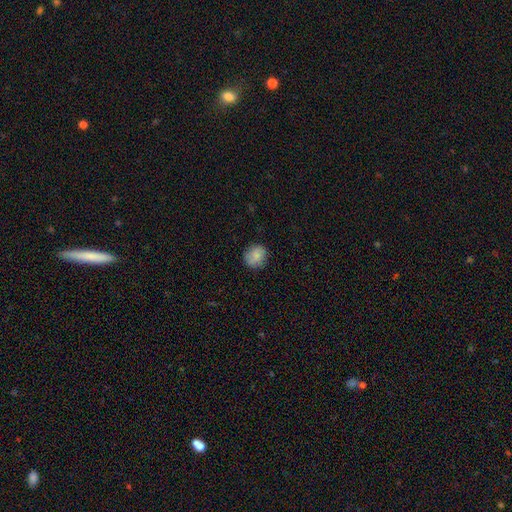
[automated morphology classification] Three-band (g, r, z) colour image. It shows a smooth galaxy with no disk features (83%) that is round (83%). Merging: none (84%).